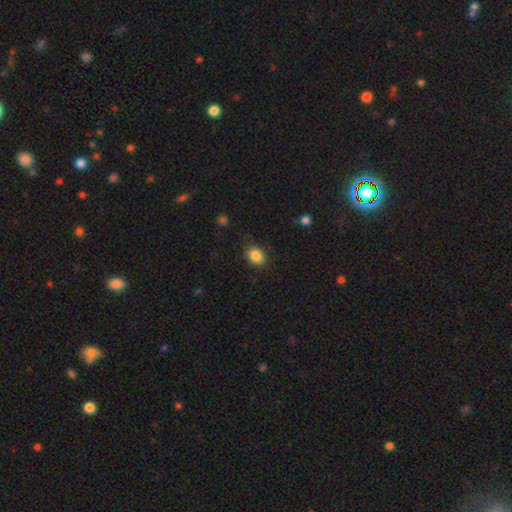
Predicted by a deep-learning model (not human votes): A smooth galaxy with no disk features (85%) that is in between round and cigar-shaped (60%).

Vote fractions:
- Smooth or featured? smooth: 85% / star or artifact: 9% / featured or disk: 6%
- How rounded? in between: 60% / round: 39% / cigar-shaped: 1%
- Merging? none: 85% / minor disturbance: 11% / major disturbance: 3% / merger: 1%